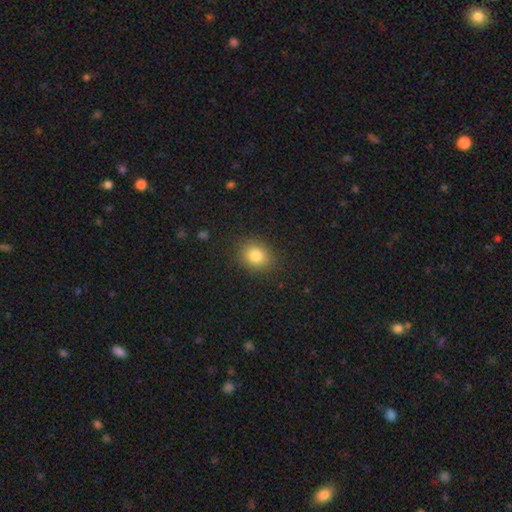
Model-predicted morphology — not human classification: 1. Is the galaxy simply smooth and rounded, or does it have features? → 82% smooth, 11% star or artifact, 7% featured or disk.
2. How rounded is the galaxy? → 62% round, 37% in between, 1% cigar-shaped.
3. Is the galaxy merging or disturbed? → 87% none, 9% minor disturbance, 3% major disturbance, 1% merger.